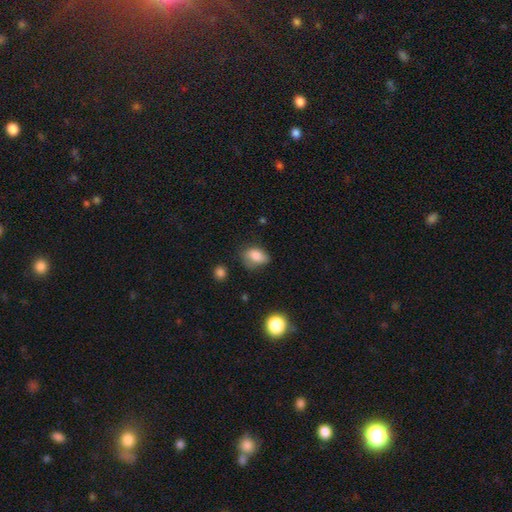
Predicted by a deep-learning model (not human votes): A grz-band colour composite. It shows a smooth galaxy with no disk features (83%) that is in between round and cigar-shaped (79%). Merging: none (52%).